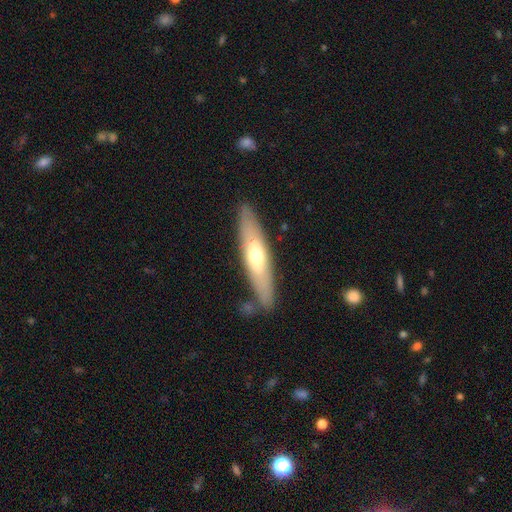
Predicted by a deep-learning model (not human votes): This is possibly a featured or disk galaxy (50%). It is likely viewed edge-on (67%). Merging: clearly none (81%).